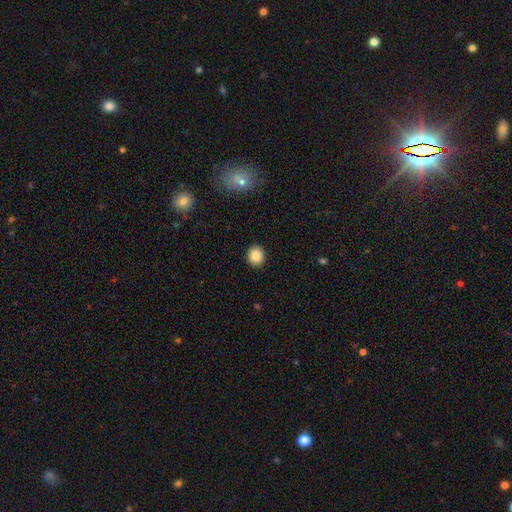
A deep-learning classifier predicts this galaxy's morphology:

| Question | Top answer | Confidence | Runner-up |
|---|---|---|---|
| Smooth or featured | smooth | 86% | star or artifact (9%) |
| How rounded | round | 85% | in between (14%) |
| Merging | none | 92% | minor disturbance (5%) |